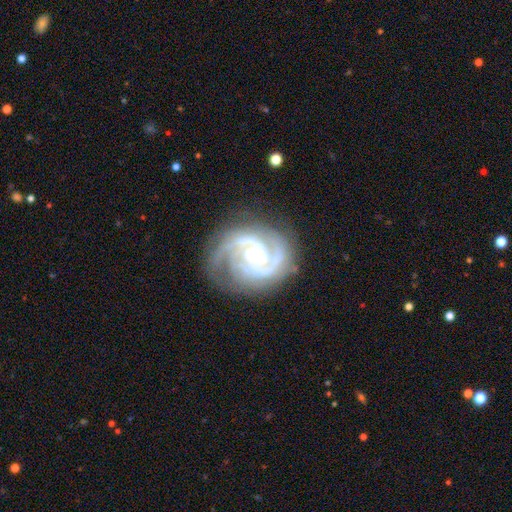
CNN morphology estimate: A featured or disk galaxy (92%) with a weak bar (42%), 3 (37%) tight (67%) spiral arms (99%) and a small central bulge (57%).

Vote fractions:
- Smooth or featured? featured or disk: 92% / star or artifact: 5% / smooth: 3%
- Edge-on disk? no: 98% / yes: 2%
- Bar? weak: 42% / no: 36% / strong: 21%
- Spiral arms? yes: 99% / no: 1%
- Spiral winding? tight: 67% / medium: 30% / loose: 3%
- Spiral arm count? 3: 37% / 2: 36% / 4: 9% / can't tell: 9% / more than 4: 5% / 1: 5%
- Bulge size? small: 57% / moderate: 39% / large: 2% / none: 2% / dominant: 1%
- Merging? none: 75% / minor disturbance: 17% / major disturbance: 7% / merger: 2%